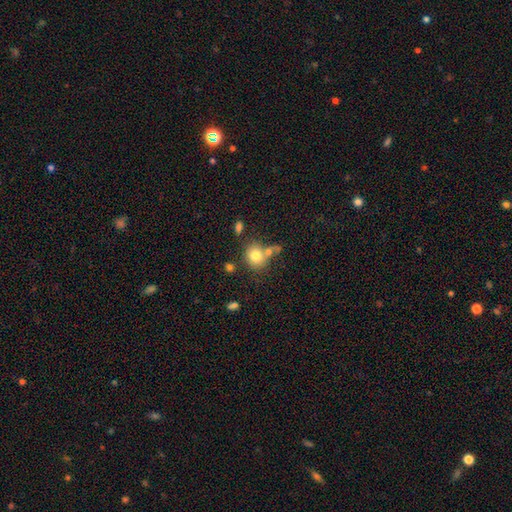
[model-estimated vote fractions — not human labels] A smooth galaxy with no disk features (77%) that is round (74%). Merging: none (55%).